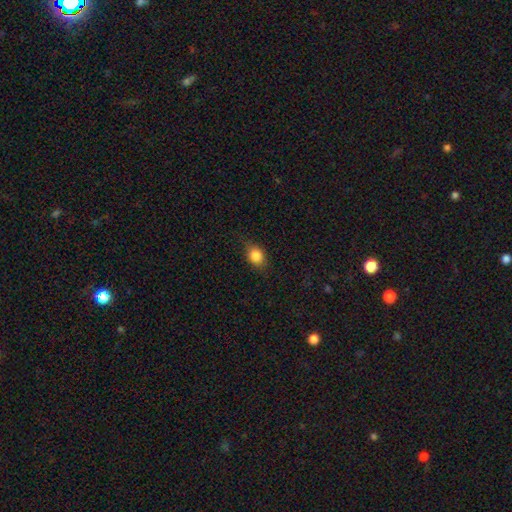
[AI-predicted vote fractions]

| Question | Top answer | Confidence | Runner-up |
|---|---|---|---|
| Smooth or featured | smooth | 83% | star or artifact (9%) |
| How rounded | in between | 57% | round (41%) |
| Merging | none | 78% | minor disturbance (17%) |